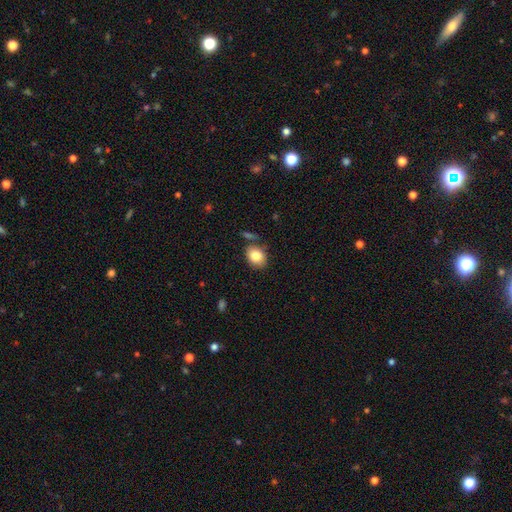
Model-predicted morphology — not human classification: Smooth or featured: smooth — 81% (featured or disk — 10%)
How rounded: in between — 54% (round — 45%)
Merging: none — 74% (minor disturbance — 15%)